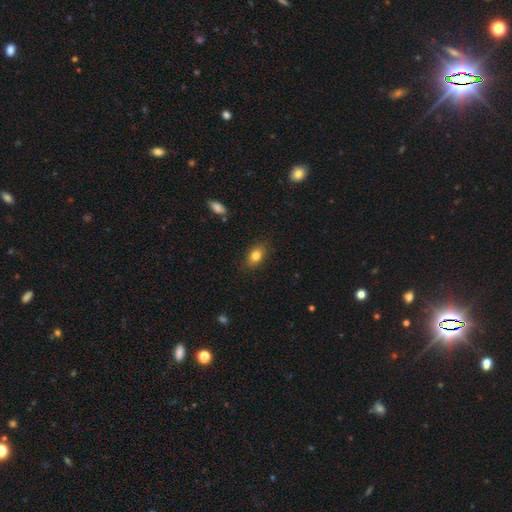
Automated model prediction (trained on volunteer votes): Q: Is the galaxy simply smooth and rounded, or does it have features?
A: smooth — 82%.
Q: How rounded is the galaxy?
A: in between — 81%.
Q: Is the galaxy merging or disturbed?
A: none — 84%.